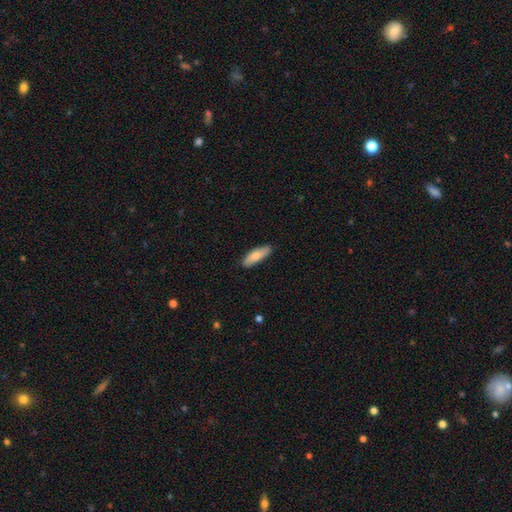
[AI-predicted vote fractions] Overall: smooth (79%). How rounded: cigar-shaped (50%; in between 49%). Merging: none (87%).